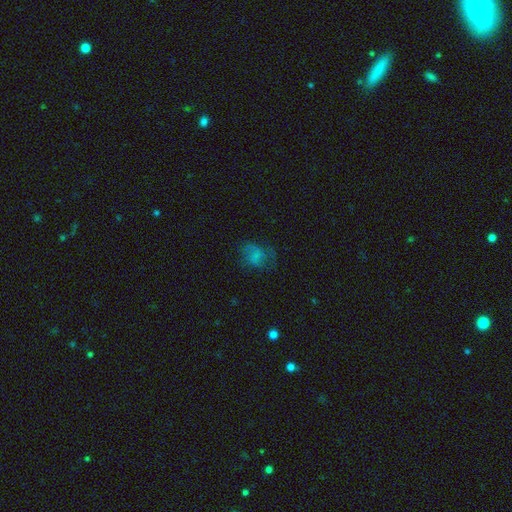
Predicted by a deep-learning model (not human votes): Smooth or featured? Predicted: smooth (p=0.57). How rounded? Predicted: in between (p=0.58). Merging? Predicted: none (p=0.50).